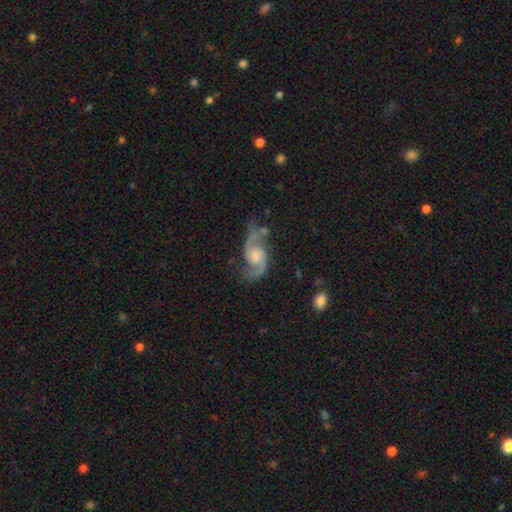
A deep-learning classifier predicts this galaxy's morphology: featured or disk 89%, smooth 6%, star or artifact 5%. Down the decision tree: edge-on disk — no (97%); bar — no (60%); spiral arms — yes (97%); spiral arm count — 2 (93%); spiral winding — loose (51%); bulge size — moderate (32%); merging — none (66%).